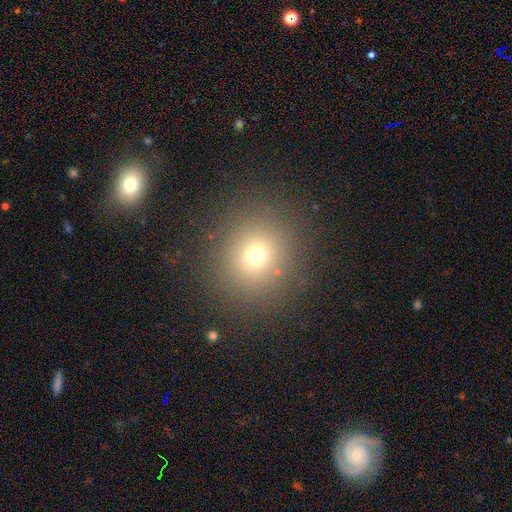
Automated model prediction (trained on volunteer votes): Smooth or featured? smooth (70%)
How rounded? round (90%)
Merging? none (88%)